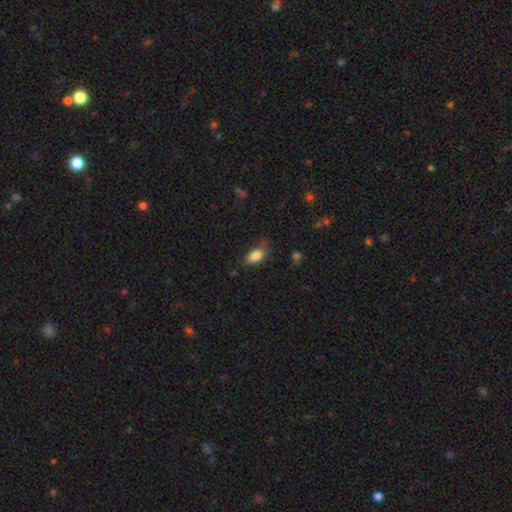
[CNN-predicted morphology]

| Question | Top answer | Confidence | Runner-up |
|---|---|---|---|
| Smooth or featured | smooth | 84% | featured or disk (8%) |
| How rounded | in between | 89% | cigar-shaped (8%) |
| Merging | none | 57% | minor disturbance (31%) |